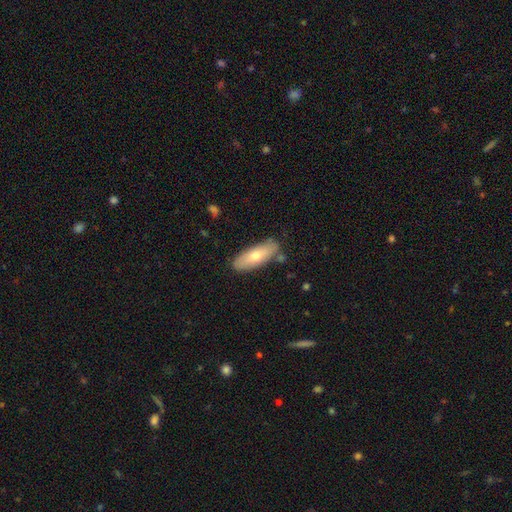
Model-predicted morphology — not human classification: Smooth or featured?
  - smooth: 66% *
  - featured or disk: 28%
  - star or artifact: 6%
How rounded?
  - in between: 64% *
  - cigar-shaped: 34%
  - round: 2%
Merging?
  - none: 82% *
  - minor disturbance: 13%
  - merger: 3%
  - major disturbance: 2%